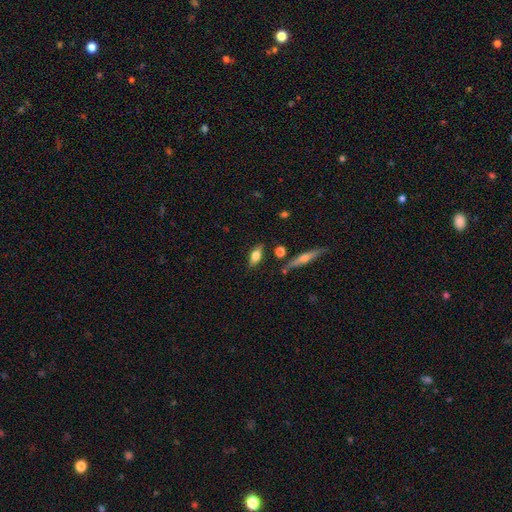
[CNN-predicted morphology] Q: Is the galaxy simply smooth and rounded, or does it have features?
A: smooth — 61%.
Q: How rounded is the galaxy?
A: in between — 73%.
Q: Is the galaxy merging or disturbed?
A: none — 79%.